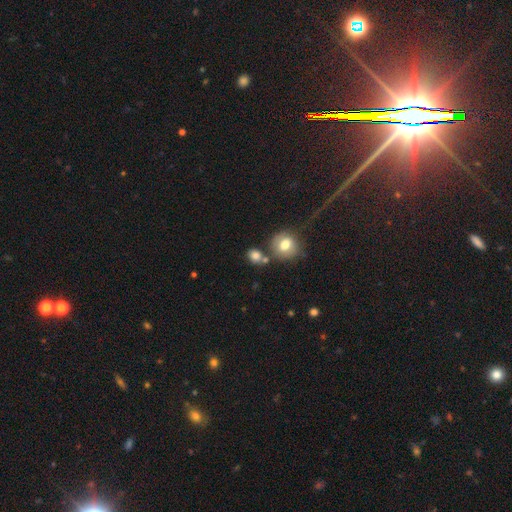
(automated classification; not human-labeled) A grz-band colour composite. It shows a smooth galaxy with no disk features (80%) that is round (67%). Merging: none (59%).